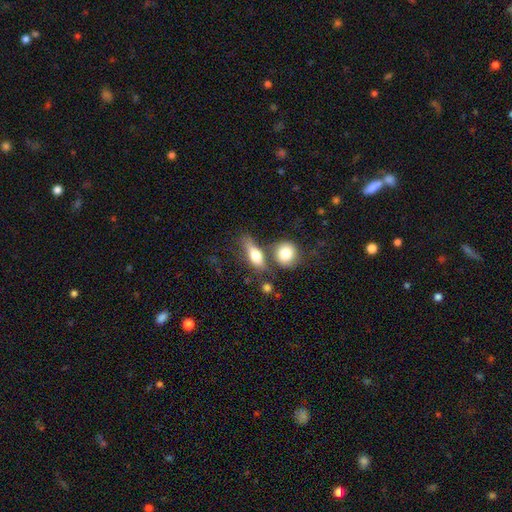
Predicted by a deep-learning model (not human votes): This is likely a smooth galaxy (71%). How rounded: possibly in between (60%). Merging: marginally none (44%).